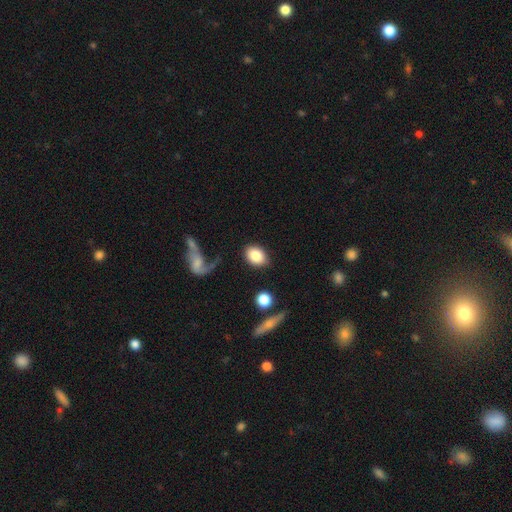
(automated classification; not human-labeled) Q: Smooth or featured?
A: smooth (82%); runner-up: featured or disk (11%)
Q: How rounded?
A: in between (74%); runner-up: round (25%)
Q: Merging?
A: none (79%); runner-up: minor disturbance (11%)